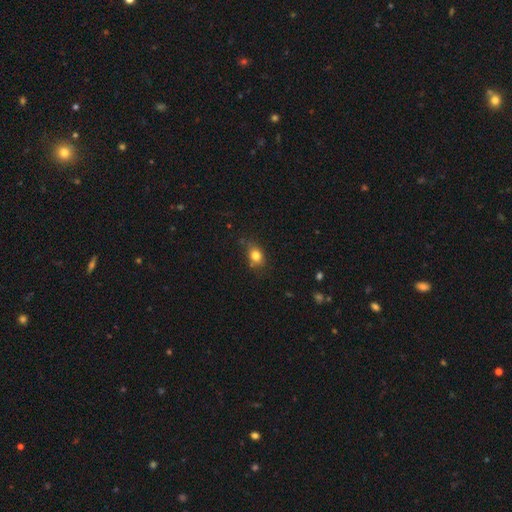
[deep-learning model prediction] A smooth galaxy with no disk features (80%) that is in between round and cigar-shaped (59%). Merging: none (65%).